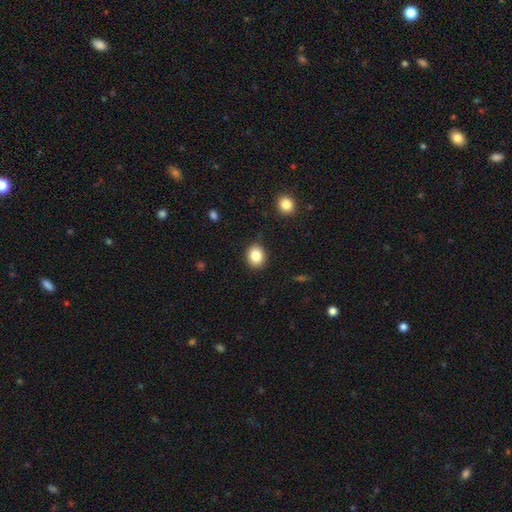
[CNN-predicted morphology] Smooth or featured: smooth — 84% (star or artifact — 10%)
How rounded: round — 58% (in between — 41%)
Merging: none — 85% (minor disturbance — 11%)